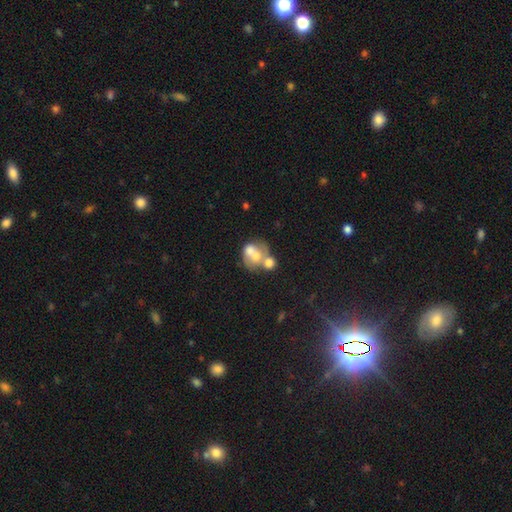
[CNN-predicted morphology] Smooth or featured? smooth (50%)
Merging? merger (64%)